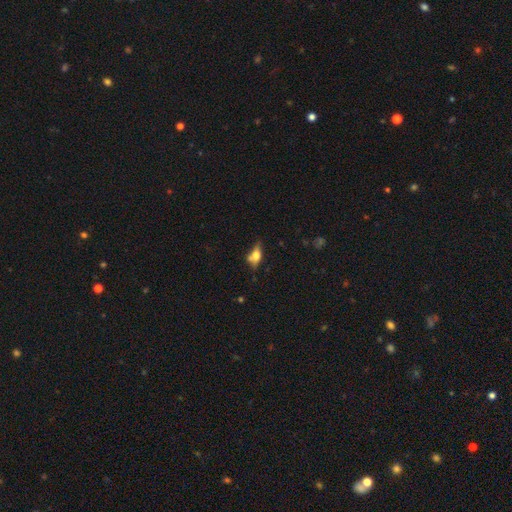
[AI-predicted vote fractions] Morphology: type=smooth (58%); roundness=in between (78%); merging=none (43%).